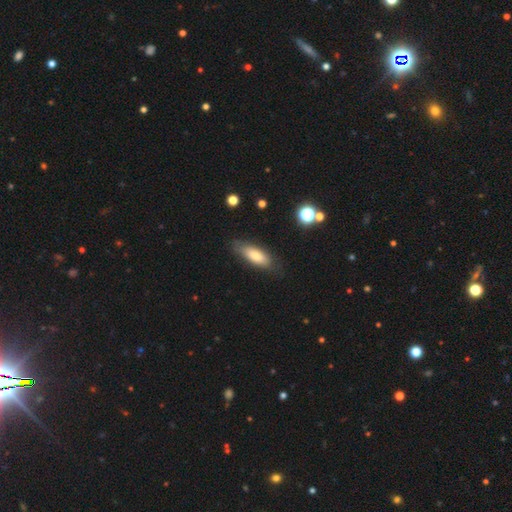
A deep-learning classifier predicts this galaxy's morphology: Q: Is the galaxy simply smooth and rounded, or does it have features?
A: smooth — 73%.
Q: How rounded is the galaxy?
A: in between — 68%.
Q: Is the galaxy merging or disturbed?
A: none — 77%.